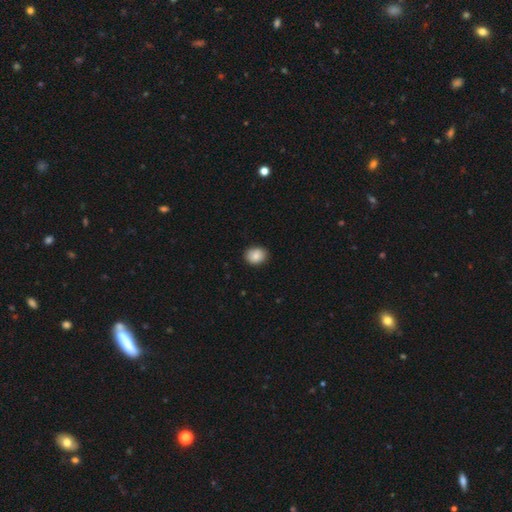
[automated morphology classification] This appears to be a smooth galaxy with no disk features (86%) that is round (54%). Merging: none (86%).